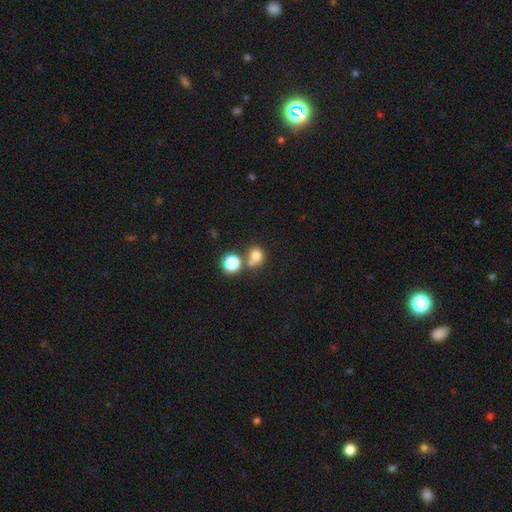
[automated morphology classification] A smooth galaxy with no disk features (75%) that is round (82%). Merging: none (52%).